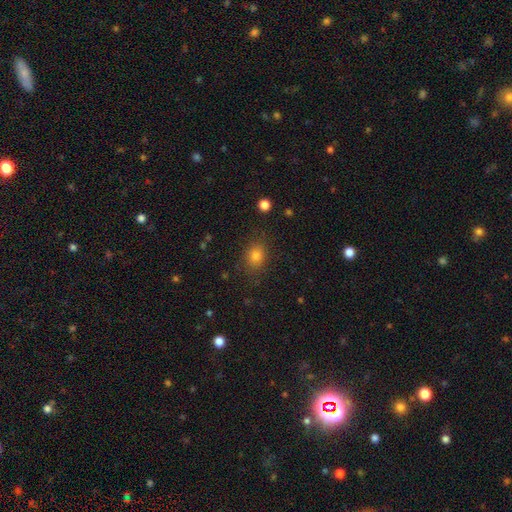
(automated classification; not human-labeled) smooth 79%, star or artifact 14%, featured or disk 7%. Down the decision tree: how rounded — in between (52%); merging — none (84%).